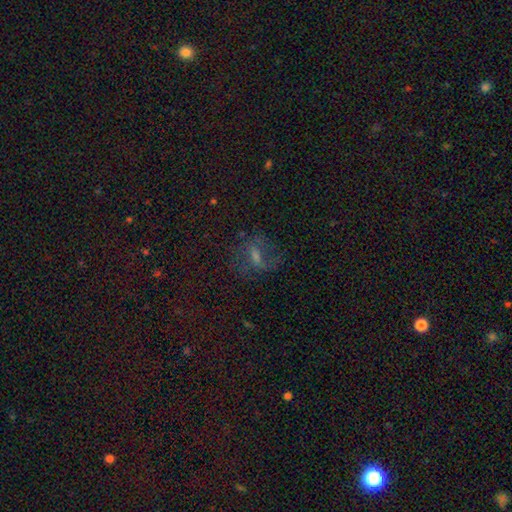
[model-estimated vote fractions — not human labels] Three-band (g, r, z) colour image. It shows a featured or disk galaxy (39%). Merging: none (65%).